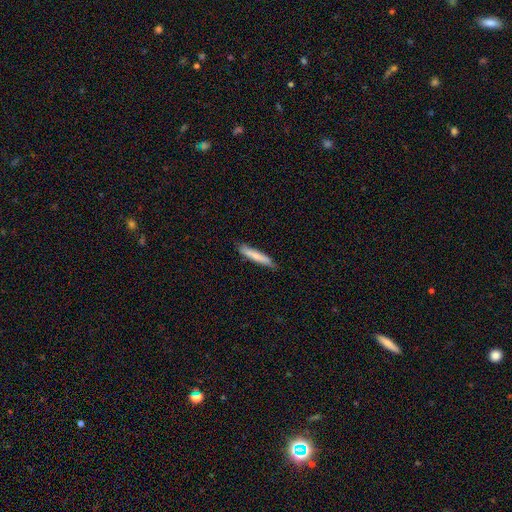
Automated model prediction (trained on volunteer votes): Smooth or featured: smooth — 73% (featured or disk — 21%)
How rounded: cigar-shaped — 91% (in between — 8%)
Merging: none — 81% (minor disturbance — 15%)